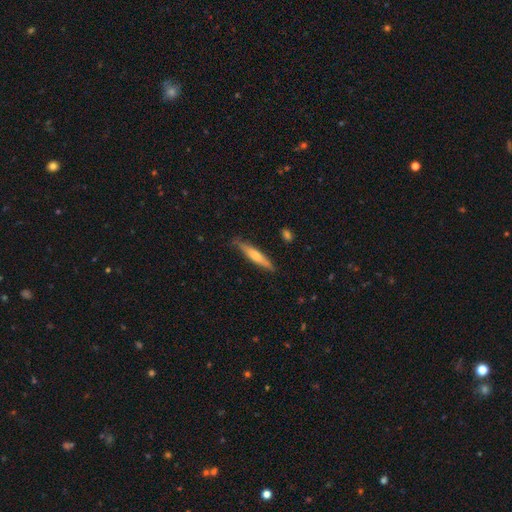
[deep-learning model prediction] Overall: smooth (56%; featured or disk 39%). How rounded: cigar-shaped (89%). Merging: none (81%).